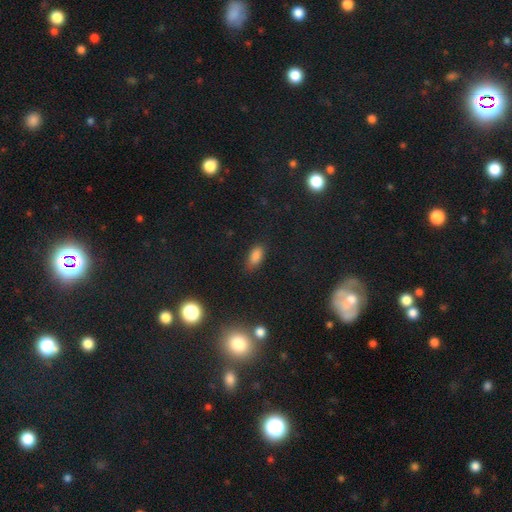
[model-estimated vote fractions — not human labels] Smooth or featured? Predicted: smooth (p=0.80). How rounded? Predicted: in between (p=0.87). Merging? Predicted: none (p=0.77).